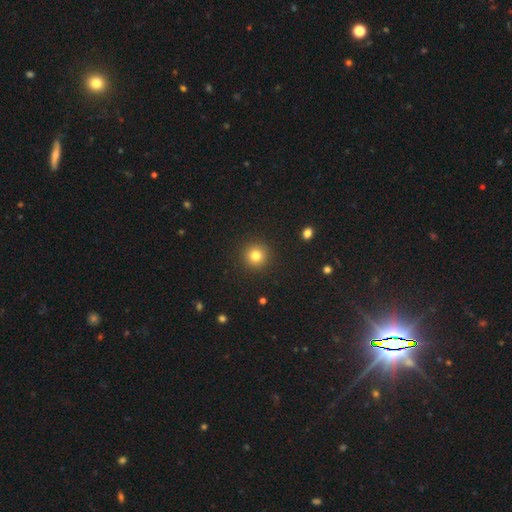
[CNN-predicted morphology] The model was most divided on "smooth or featured": smooth: 80%, star or artifact: 13%, featured or disk: 7%. More confident: how rounded — round (95%); merging — none (92%).